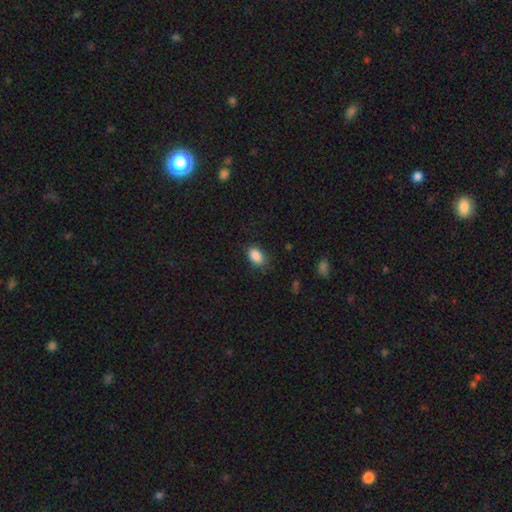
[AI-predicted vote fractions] A smooth galaxy with no disk features (88%) that is in between round and cigar-shaped (86%).

Vote fractions:
- Smooth or featured? smooth: 88% / star or artifact: 8% / featured or disk: 4%
- How rounded? in between: 86% / round: 13% / cigar-shaped: 1%
- Merging? none: 78% / minor disturbance: 17% / major disturbance: 4% / merger: 1%